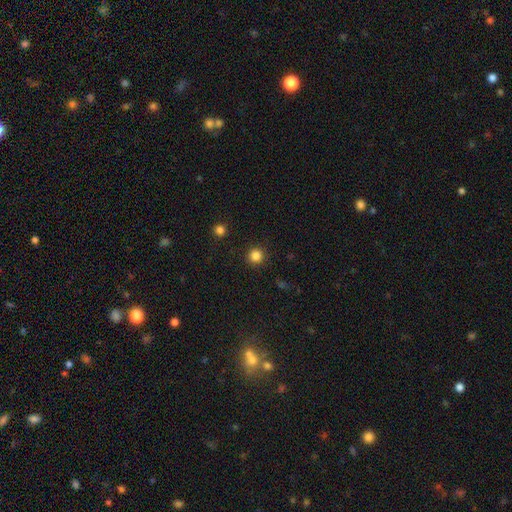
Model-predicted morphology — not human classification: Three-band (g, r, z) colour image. It shows a smooth galaxy with no disk features (84%) that is round (95%). Merging: none (92%).